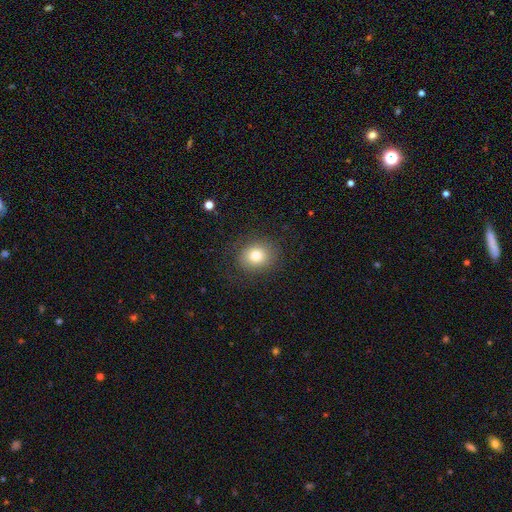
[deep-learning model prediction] Smooth or featured? smooth (78%)
How rounded? round (68%)
Merging? none (83%)